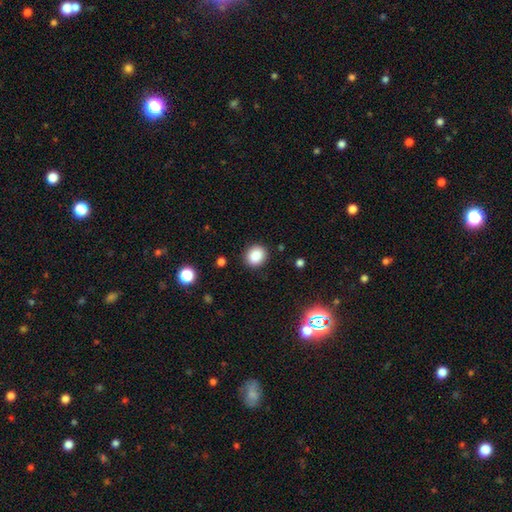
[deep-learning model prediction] Q: Smooth or featured?
A: smooth (86%); runner-up: star or artifact (10%)
Q: How rounded?
A: round (75%); runner-up: in between (24%)
Q: Merging?
A: none (89%); runner-up: minor disturbance (7%)